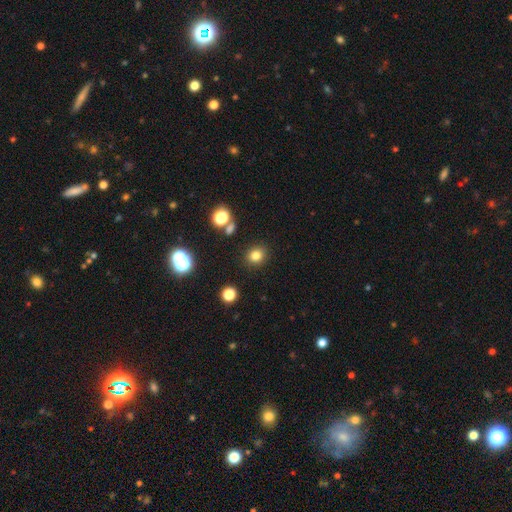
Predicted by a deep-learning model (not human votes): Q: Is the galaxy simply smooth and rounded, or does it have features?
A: smooth — 79%.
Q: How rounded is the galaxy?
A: round — 76%.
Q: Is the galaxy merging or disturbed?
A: none — 86%.